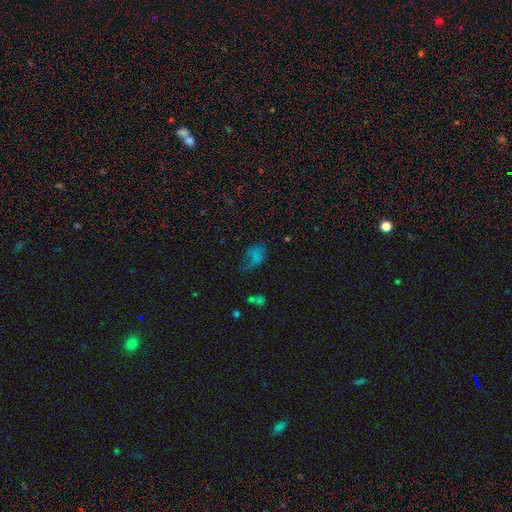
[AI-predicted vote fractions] A smooth galaxy with no disk features (52%) that is in between round and cigar-shaped (81%). Merging: none (43%).